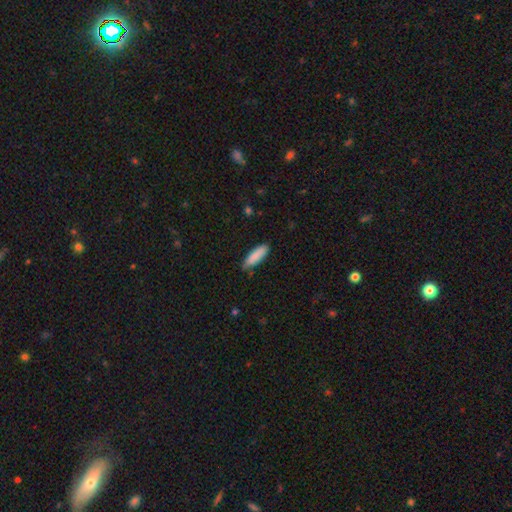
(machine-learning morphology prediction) Overall: smooth (87%). How rounded: cigar-shaped (57%; in between 41%). Merging: none (81%).